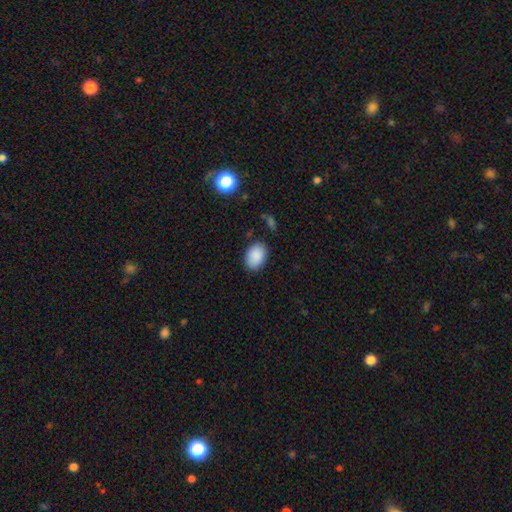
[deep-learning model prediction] Q: Smooth or featured?
A: smooth (89%); runner-up: star or artifact (7%)
Q: How rounded?
A: in between (81%); runner-up: round (18%)
Q: Merging?
A: none (84%); runner-up: minor disturbance (12%)